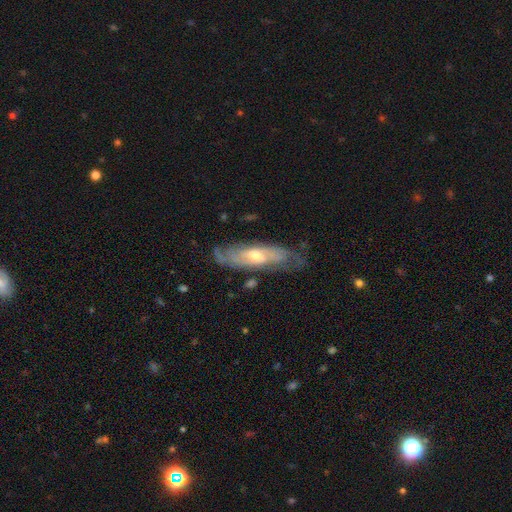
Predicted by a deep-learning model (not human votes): Smooth or featured: featured or disk — 77% (smooth — 18%)
Edge-on disk: no — 73% (yes — 27%)
Bar: no — 56% (weak — 34%)
Spiral arms: yes — 84% (no — 16%)
Bulge size: moderate — 58% (small — 36%)
Merging: none — 67% (minor disturbance — 22%)